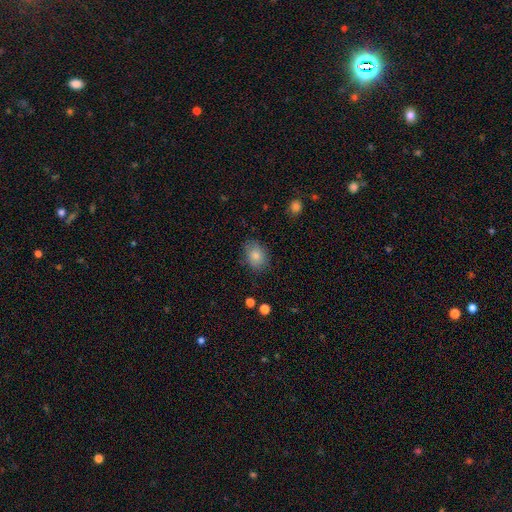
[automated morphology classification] A smooth galaxy with no disk features (83%) that is in between round and cigar-shaped (67%).

Vote fractions:
- Smooth or featured? smooth: 83% / star or artifact: 9% / featured or disk: 9%
- How rounded? in between: 67% / round: 32% / cigar-shaped: 1%
- Merging? none: 80% / minor disturbance: 15% / major disturbance: 4% / merger: 1%